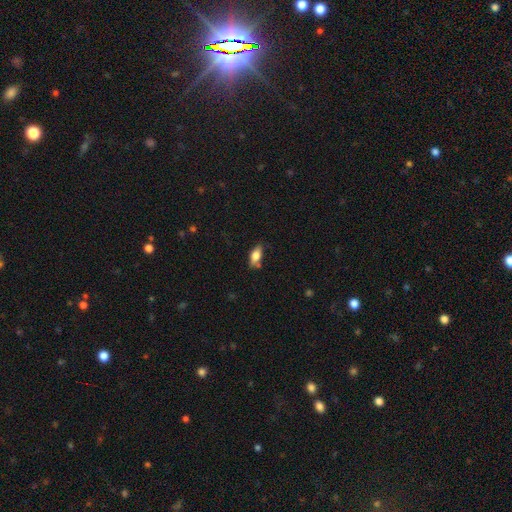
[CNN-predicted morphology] smooth_or_featured: smooth (p=0.73) [alt: featured or disk p=0.19]
how_rounded: in between (p=0.84) [alt: cigar-shaped p=0.12]
merging: none (p=0.70) [alt: minor disturbance p=0.21]